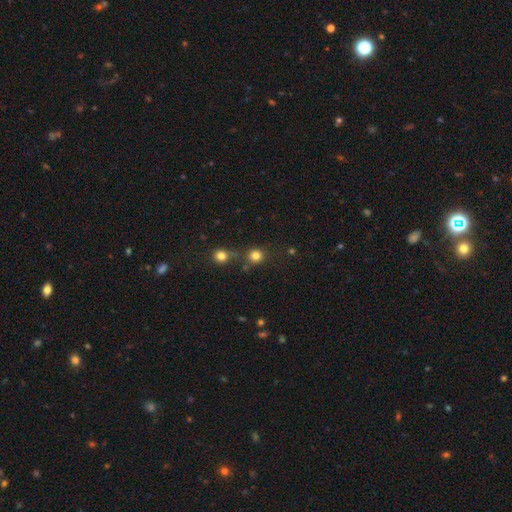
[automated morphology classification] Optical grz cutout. It shows a smooth galaxy with no disk features (80%) that is round (90%). Merging: none (72%).